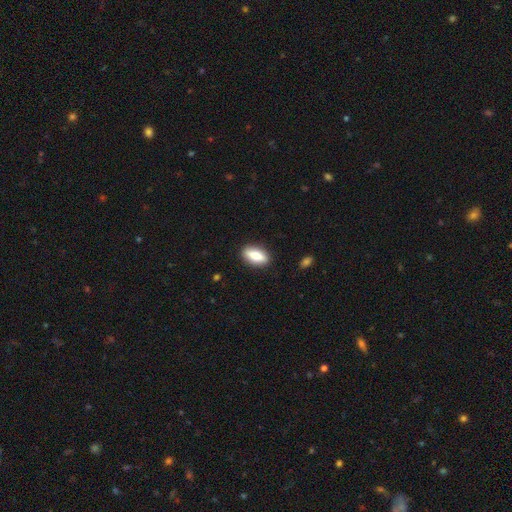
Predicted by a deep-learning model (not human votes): Smooth or featured: smooth — 72% (featured or disk — 21%)
How rounded: in between — 76% (cigar-shaped — 20%)
Merging: none — 88% (minor disturbance — 9%)